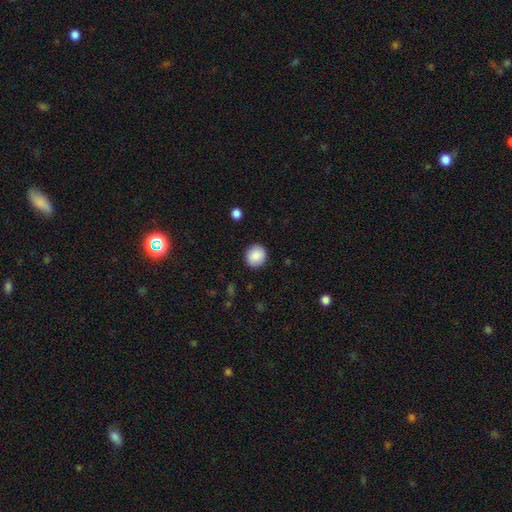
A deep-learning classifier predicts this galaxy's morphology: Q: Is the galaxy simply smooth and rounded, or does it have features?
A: smooth — 89%.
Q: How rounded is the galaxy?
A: round — 85%.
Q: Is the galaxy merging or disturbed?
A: none — 91%.